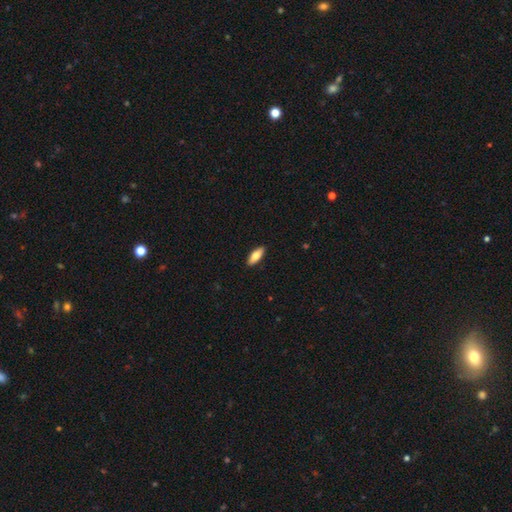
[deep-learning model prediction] The model was most divided on "how rounded": in between: 73%, cigar-shaped: 25%, round: 2%. More confident: merging — none (90%); smooth or featured — smooth (73%).